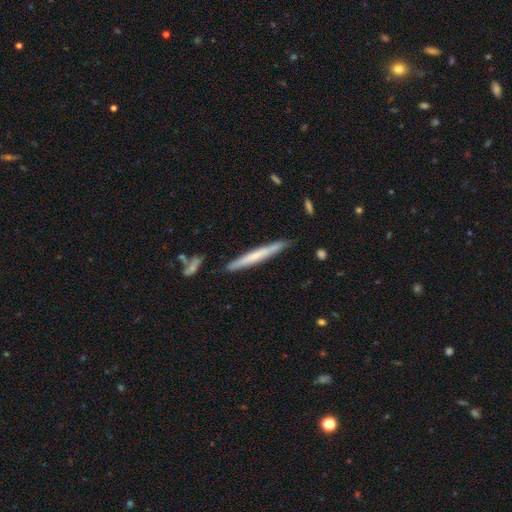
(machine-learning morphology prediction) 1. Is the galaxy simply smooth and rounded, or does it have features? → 53% smooth, 41% featured or disk, 6% star or artifact.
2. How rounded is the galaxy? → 96% cigar-shaped, 2% in between, 1% round.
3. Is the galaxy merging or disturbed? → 83% none, 12% minor disturbance, 3% merger, 2% major disturbance.